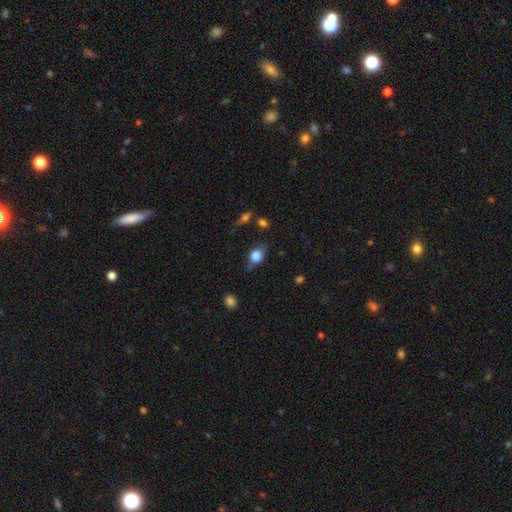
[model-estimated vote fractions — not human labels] Smooth or featured?
  - smooth: 76% *
  - featured or disk: 15%
  - star or artifact: 9%
How rounded?
  - in between: 63% *
  - round: 35%
  - cigar-shaped: 3%
Merging?
  - none: 61% *
  - minor disturbance: 27%
  - major disturbance: 9%
  - merger: 4%